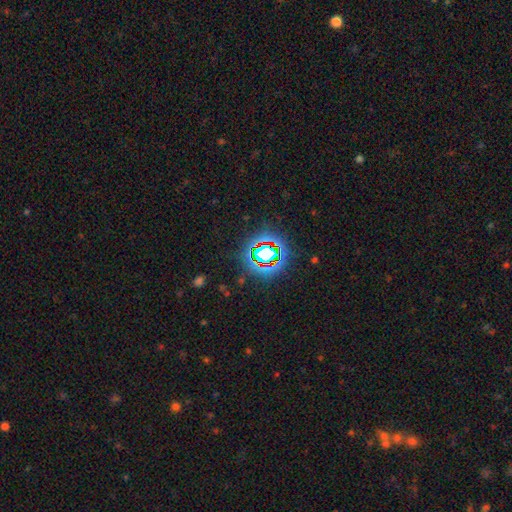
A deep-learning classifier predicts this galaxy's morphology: A star or artifact, not a galaxy (75%).